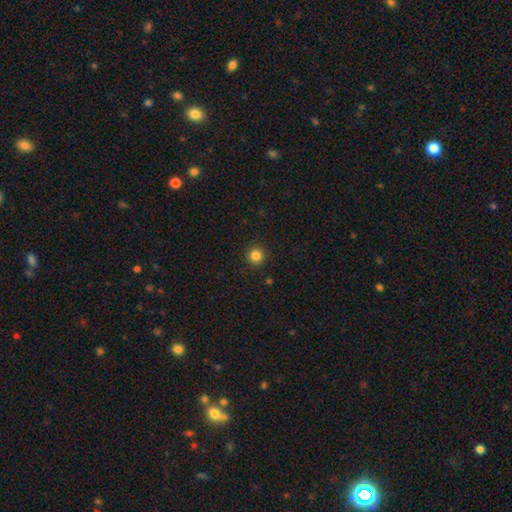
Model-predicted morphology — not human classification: Overall: smooth (84%). How rounded: round (95%). Merging: none (93%).